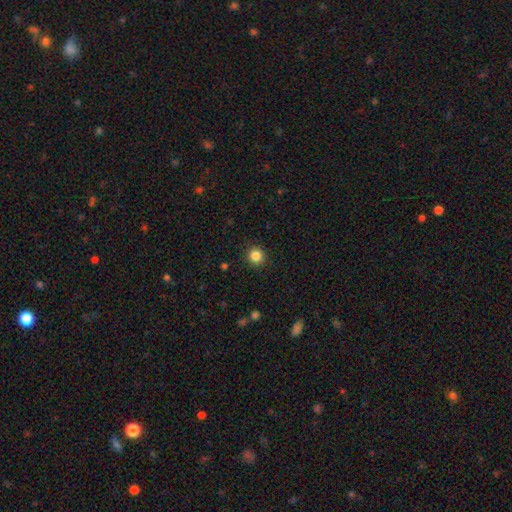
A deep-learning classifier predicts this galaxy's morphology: This is clearly a smooth galaxy (85%). How rounded: clearly round (94%). Merging: clearly none (92%).